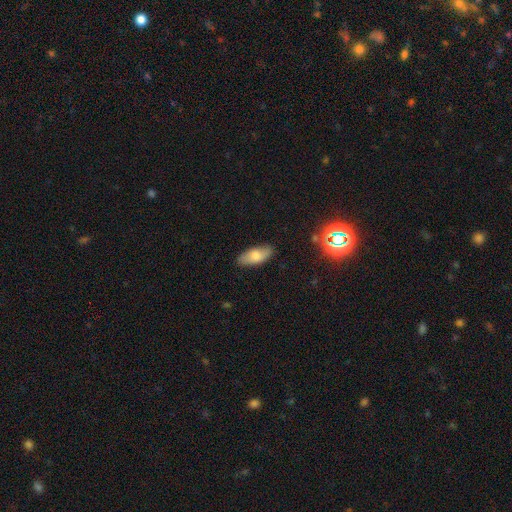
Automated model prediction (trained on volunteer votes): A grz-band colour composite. It shows a smooth galaxy with no disk features (75%) that is in between round and cigar-shaped (83%). Merging: none (81%).